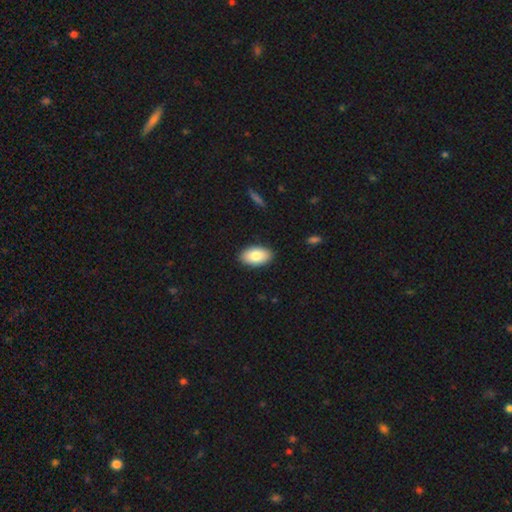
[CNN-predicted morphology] smooth 84%, featured or disk 10%, star or artifact 6%. Down the decision tree: how rounded — in between (95%); merging — none (89%).